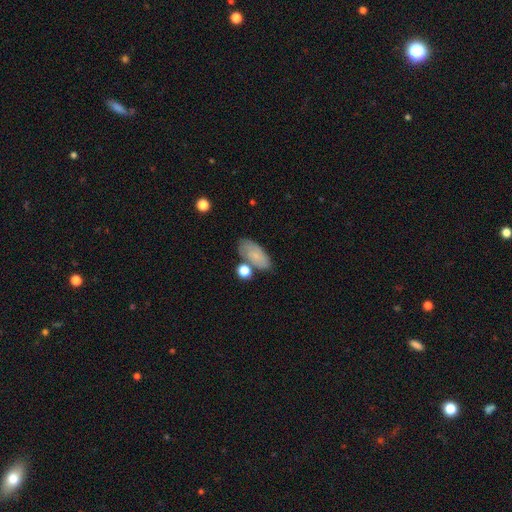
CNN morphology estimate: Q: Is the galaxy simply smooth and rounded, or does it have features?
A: smooth — 71%.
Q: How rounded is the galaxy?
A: in between — 88%.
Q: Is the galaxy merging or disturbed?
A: none — 61%.